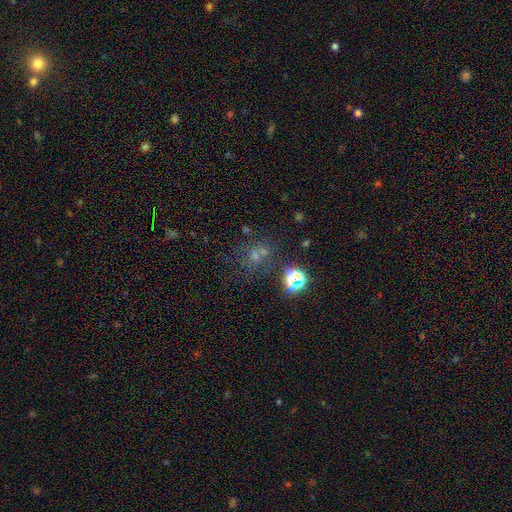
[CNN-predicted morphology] type=star or artifact (44%).